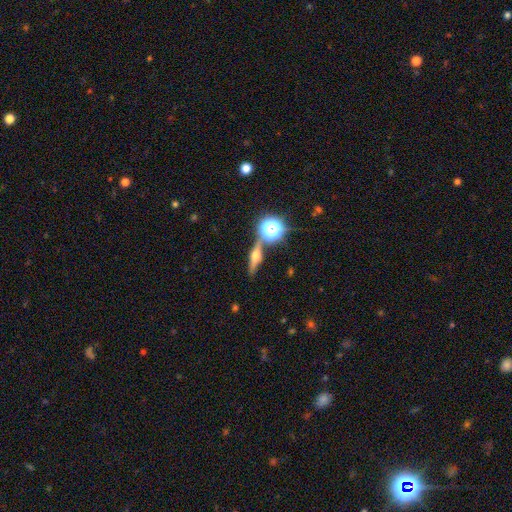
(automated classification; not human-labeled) This appears to be a featured or disk galaxy (62%) viewed edge-on (92%) with a rounded central bulge (94%). Merging: none (79%).